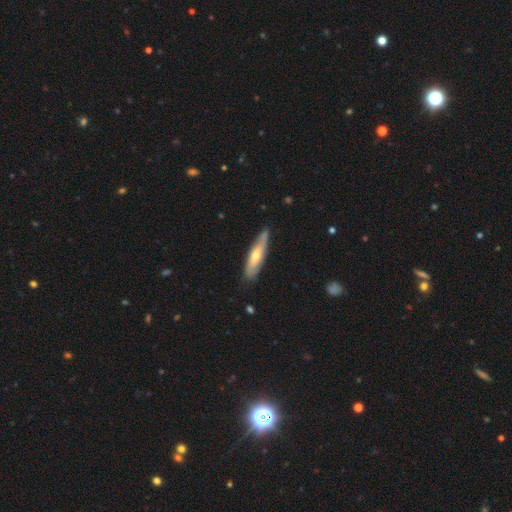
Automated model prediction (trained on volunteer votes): Smooth or featured?
  - featured or disk: 50% *
  - smooth: 45%
  - star or artifact: 5%
Merging?
  - none: 77% *
  - minor disturbance: 18%
  - major disturbance: 3%
  - merger: 2%